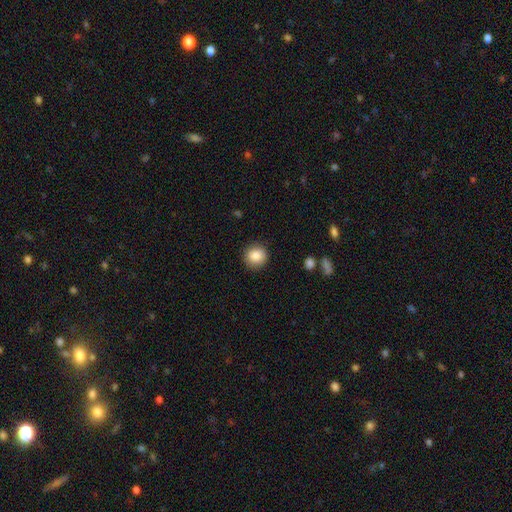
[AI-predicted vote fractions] Q: Smooth or featured?
A: smooth (86%); runner-up: star or artifact (9%)
Q: How rounded?
A: round (90%); runner-up: in between (9%)
Q: Merging?
A: none (89%); runner-up: minor disturbance (8%)